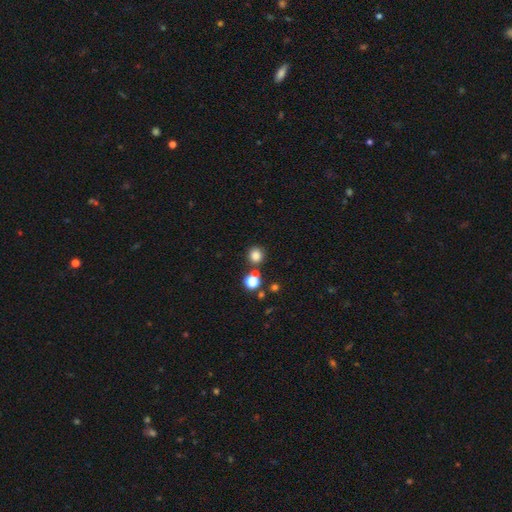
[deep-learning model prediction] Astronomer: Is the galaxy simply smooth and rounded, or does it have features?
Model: smooth — 80%.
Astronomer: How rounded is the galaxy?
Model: round — 88%.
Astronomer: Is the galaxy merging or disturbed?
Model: none — 77%.